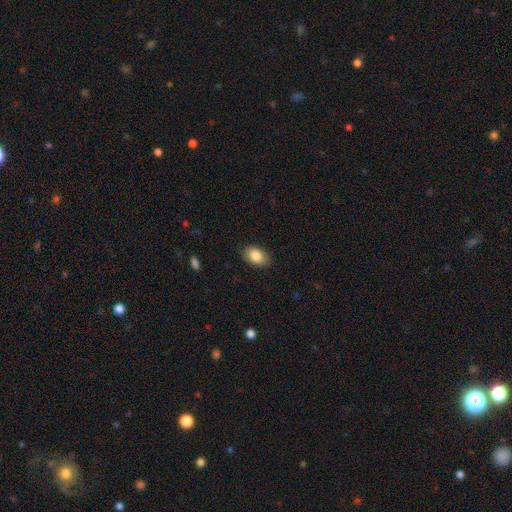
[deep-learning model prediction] Smooth or featured?
  - smooth: 86% *
  - star or artifact: 7%
  - featured or disk: 7%
How rounded?
  - in between: 86% *
  - round: 13%
  - cigar-shaped: 1%
Merging?
  - none: 85% *
  - minor disturbance: 12%
  - major disturbance: 3%
  - merger: 1%